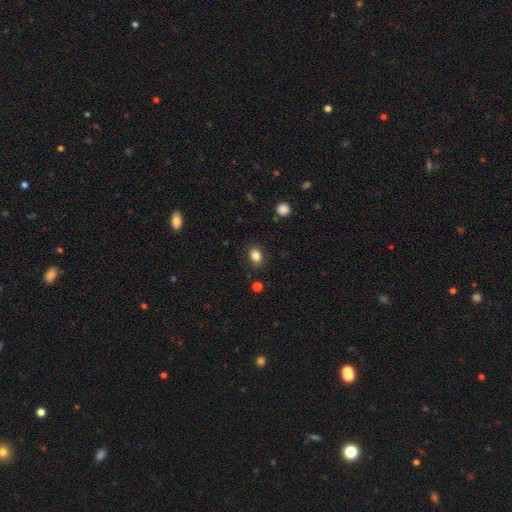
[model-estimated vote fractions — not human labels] A smooth galaxy with no disk features (84%) that is in between round and cigar-shaped (70%). Merging: none (85%).